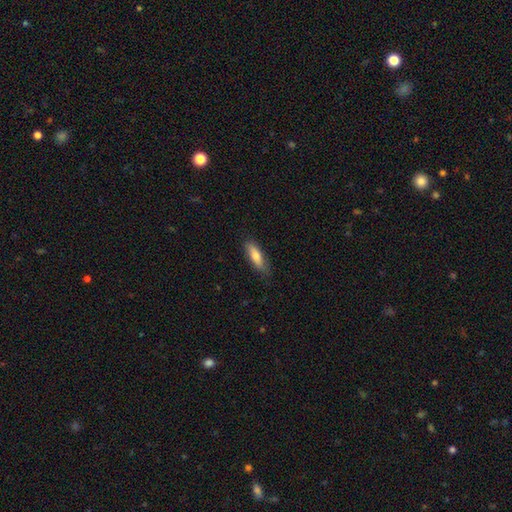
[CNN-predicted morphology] smooth 74%, featured or disk 20%, star or artifact 6%. Down the decision tree: how rounded — cigar-shaped (53%); merging — none (80%).